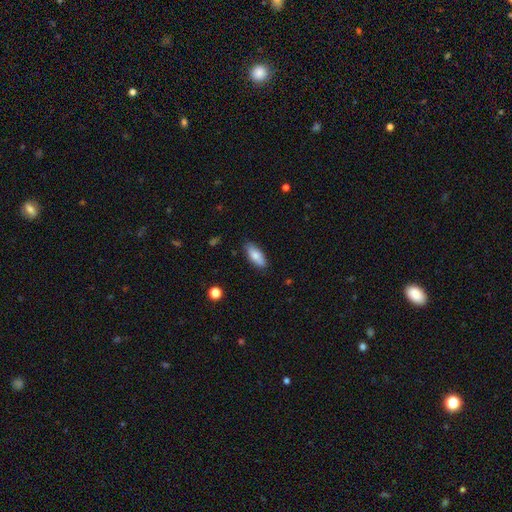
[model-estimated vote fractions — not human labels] This is likely a smooth galaxy (79%). How rounded: likely in between (77%). Merging: clearly none (84%).